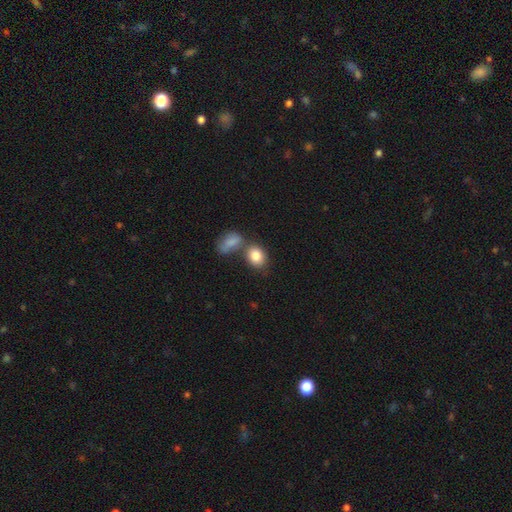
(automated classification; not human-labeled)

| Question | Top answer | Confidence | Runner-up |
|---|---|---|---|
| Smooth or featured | smooth | 84% | featured or disk (8%) |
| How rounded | in between | 67% | round (32%) |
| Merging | none | 48% | merger (35%) |